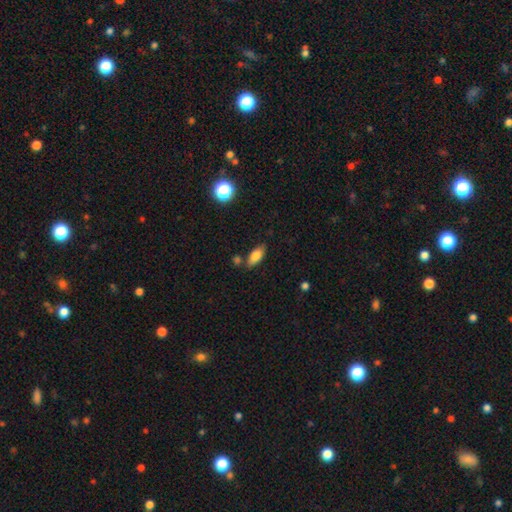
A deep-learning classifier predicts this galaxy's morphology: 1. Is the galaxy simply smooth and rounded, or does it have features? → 77% smooth, 15% featured or disk, 8% star or artifact.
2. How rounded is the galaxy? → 85% in between, 12% cigar-shaped, 4% round.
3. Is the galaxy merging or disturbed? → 75% none, 15% minor disturbance, 7% merger, 3% major disturbance.